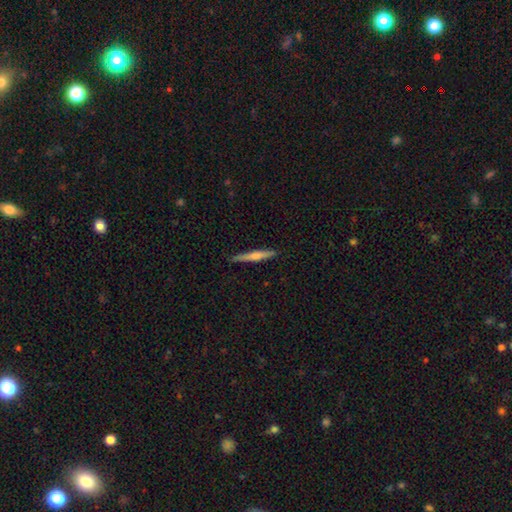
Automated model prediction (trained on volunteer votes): Smooth or featured? Predicted: smooth (p=0.48). Merging? Predicted: none (p=0.90).